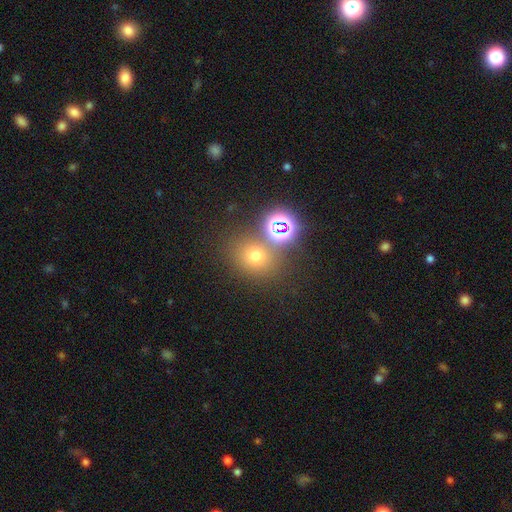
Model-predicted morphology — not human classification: This appears to be a smooth galaxy with no disk features (58%) that is round (72%). Merging: none (70%).